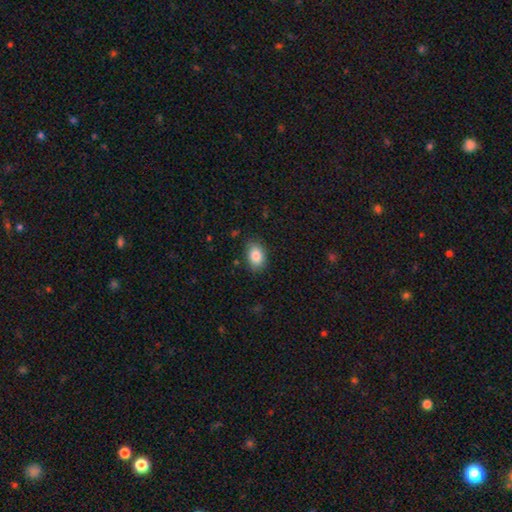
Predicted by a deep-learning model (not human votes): Overall: smooth (85%). How rounded: in between (82%). Merging: none (84%).